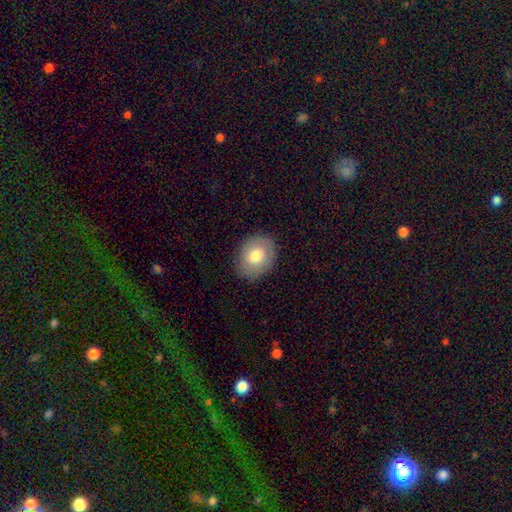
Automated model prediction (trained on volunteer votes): A smooth galaxy with no disk features (73%) that is in between round and cigar-shaped (57%).

Vote fractions:
- Smooth or featured? smooth: 73% / featured or disk: 19% / star or artifact: 7%
- How rounded? in between: 57% / round: 42% / cigar-shaped: 1%
- Merging? none: 84% / minor disturbance: 12% / major disturbance: 3% / merger: 1%